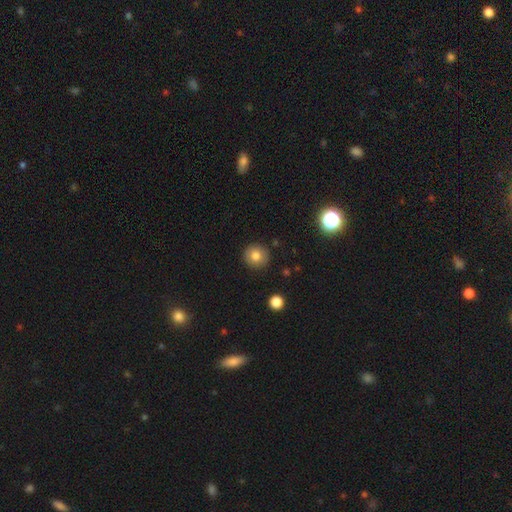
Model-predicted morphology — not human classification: Smooth or featured? smooth (80%)
How rounded? round (92%)
Merging? none (90%)